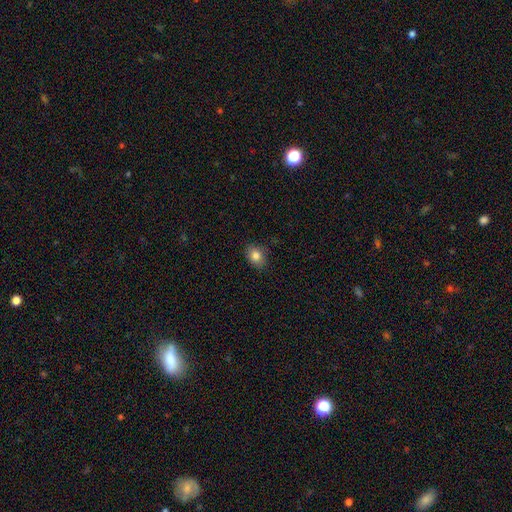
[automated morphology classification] This appears to be a smooth galaxy with no disk features (83%) that is in between round and cigar-shaped (59%). Merging: none (83%).